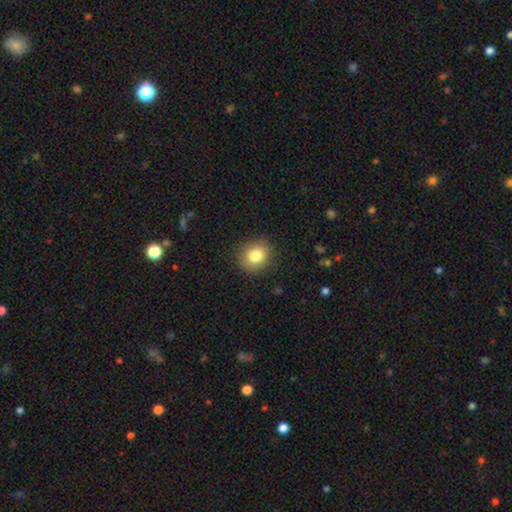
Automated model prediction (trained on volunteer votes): smooth_or_featured: smooth (p=0.82) [alt: star or artifact p=0.10]
how_rounded: round (p=0.79) [alt: in between p=0.20]
merging: none (p=0.88) [alt: minor disturbance p=0.08]